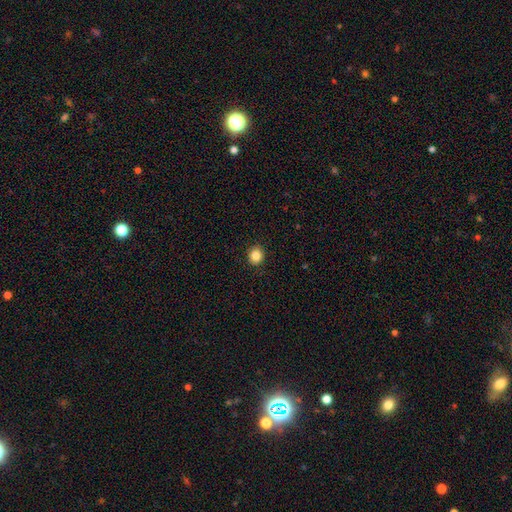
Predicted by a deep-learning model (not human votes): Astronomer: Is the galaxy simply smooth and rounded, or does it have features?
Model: smooth — 86%.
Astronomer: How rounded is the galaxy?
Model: round — 80%.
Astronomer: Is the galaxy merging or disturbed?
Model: none — 92%.